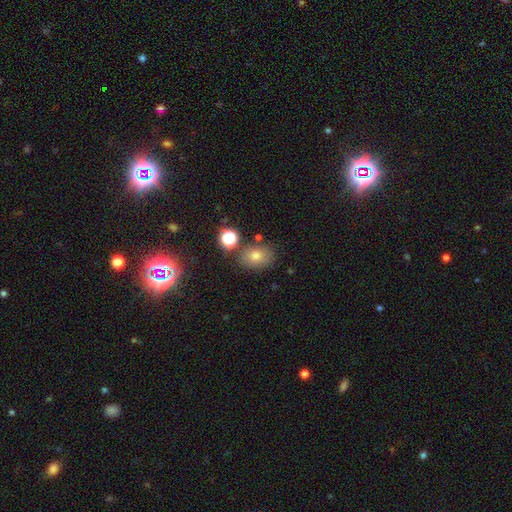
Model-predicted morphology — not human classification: Smooth or featured? smooth (71%)
How rounded? in between (65%)
Merging? none (76%)